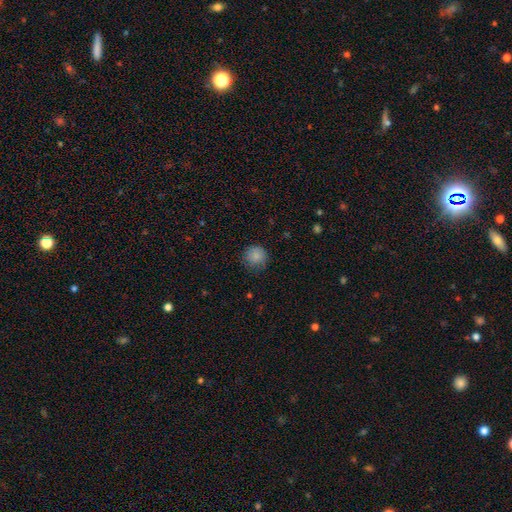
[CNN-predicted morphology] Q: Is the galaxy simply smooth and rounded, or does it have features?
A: smooth — 84%.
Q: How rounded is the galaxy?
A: round — 92%.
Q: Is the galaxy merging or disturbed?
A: none — 77%.